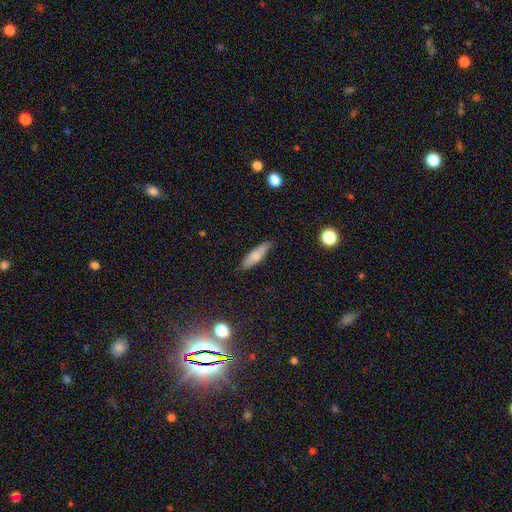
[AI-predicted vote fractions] Overall: smooth (78%). How rounded: cigar-shaped (57%; in between 41%). Merging: none (79%).